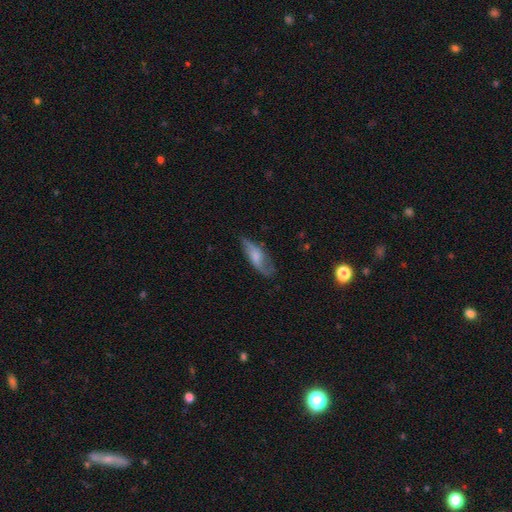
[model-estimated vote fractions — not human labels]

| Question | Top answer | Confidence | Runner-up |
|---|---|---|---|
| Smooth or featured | featured or disk | 48% | smooth (45%) |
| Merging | none | 59% | minor disturbance (27%) |